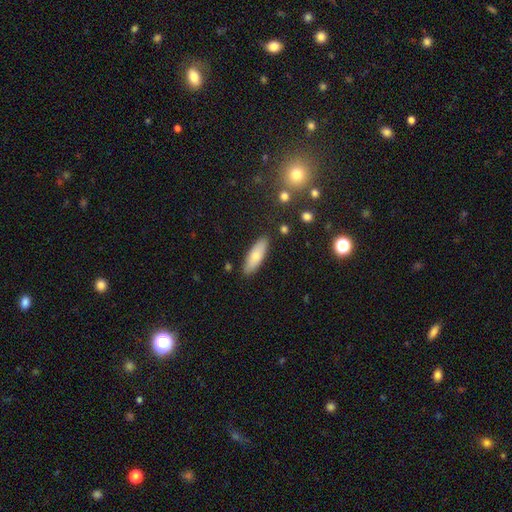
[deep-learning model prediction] Morphology: type=smooth (73%); roundness=in between (59%); merging=none (87%).